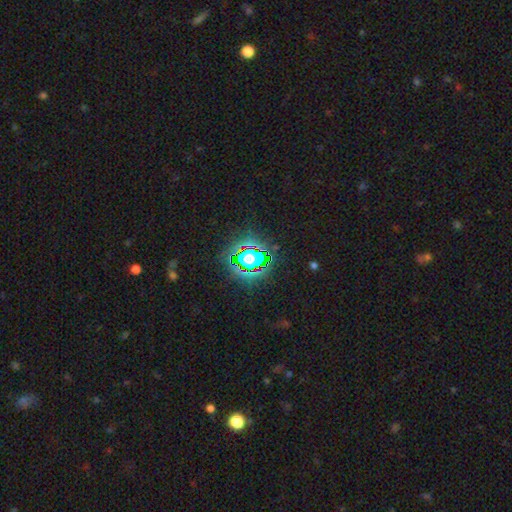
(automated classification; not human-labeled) star or artifact 73%, smooth 18%, featured or disk 9%.